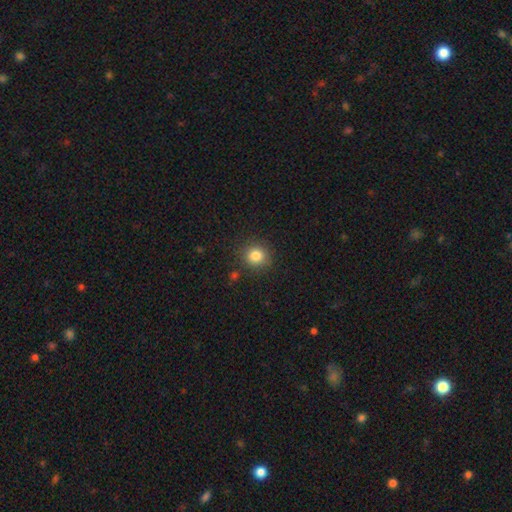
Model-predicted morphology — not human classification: A smooth galaxy with no disk features (83%) that is round (87%). Merging: none (87%).